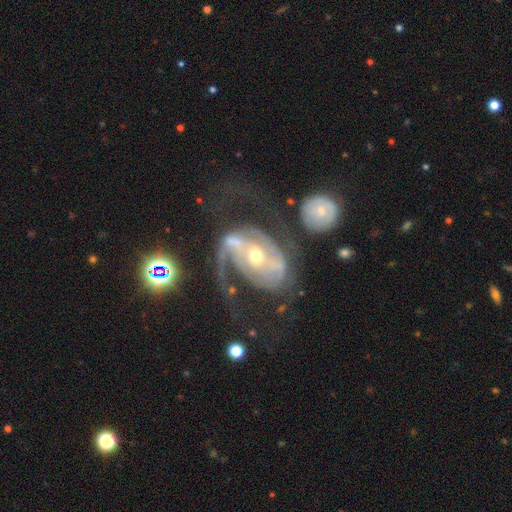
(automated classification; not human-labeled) featured or disk 88%, smooth 6%, star or artifact 6%. Down the decision tree: edge-on disk — no (97%); bar — weak (34%); spiral arms — yes (94%); spiral arm count — 2 (72%); spiral winding — medium (47%); bulge size — moderate (50%); merging — none (38%).